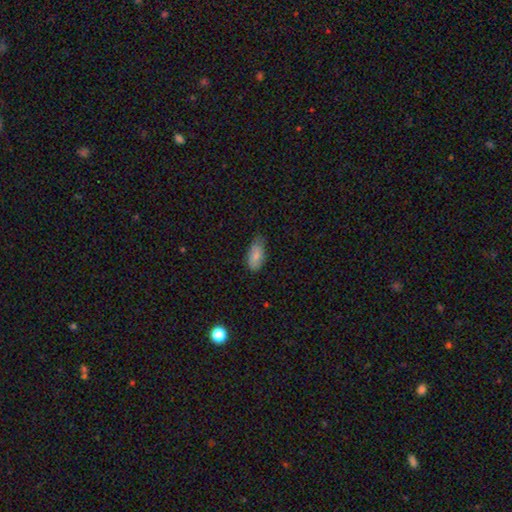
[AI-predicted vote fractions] Overall: smooth (82%). How rounded: in between (91%). Merging: none (63%; minor disturbance 31%).